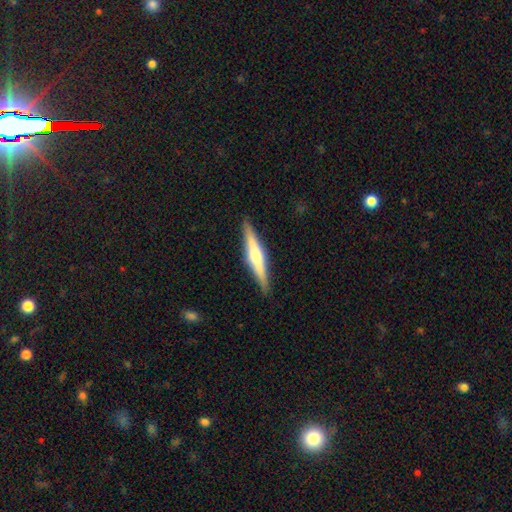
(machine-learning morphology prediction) Smooth or featured: featured or disk — 61% (smooth — 33%)
Edge-on disk: yes — 97% (no — 3%)
Edge-on bulge: rounded — 81% (boxy — 10%)
Merging: none — 90% (minor disturbance — 7%)